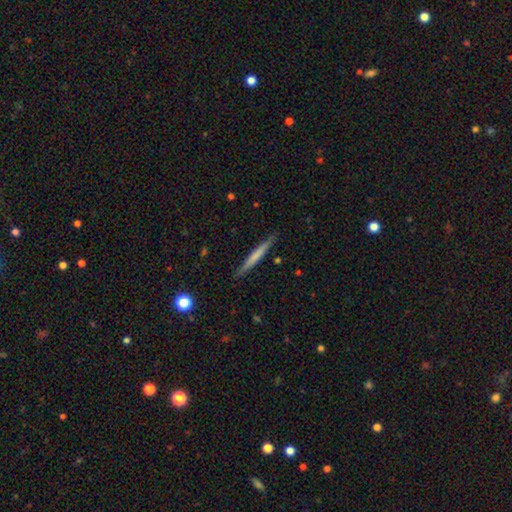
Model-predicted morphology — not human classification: This is possibly a smooth galaxy (52%). How rounded: clearly cigar-shaped (96%). Merging: clearly none (89%).